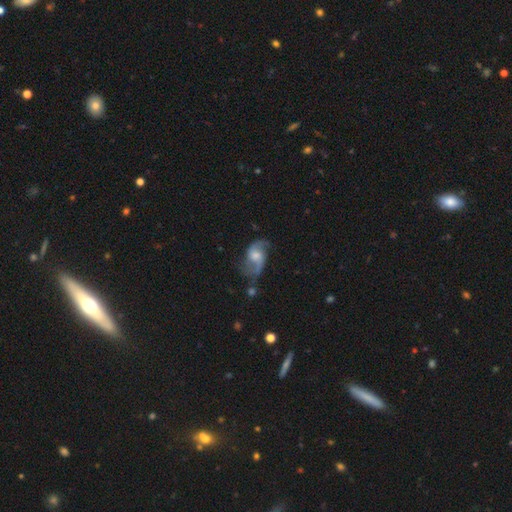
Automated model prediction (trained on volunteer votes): smooth-or-featured: featured or disk: 79% | smooth: 15% | star or artifact: 6%
  disk-edge-on: no: 97% | yes: 3%
    bar: no: 51% | weak: 42% | strong: 8%
    has-spiral-arms: yes: 93% | no: 7%
      spiral-winding: loose: 56% | medium: 36% | tight: 8%
      spiral-arm-count: 2: 90% | can't tell: 4% | 1: 3% | 3: 1% | 4: 1% | more than 4: 1%
    bulge-size: moderate: 45% | small: 26% | large: 15% | none: 11% | dominant: 2%
  merging: none: 58% | minor disturbance: 23% | major disturbance: 15% | merger: 5%